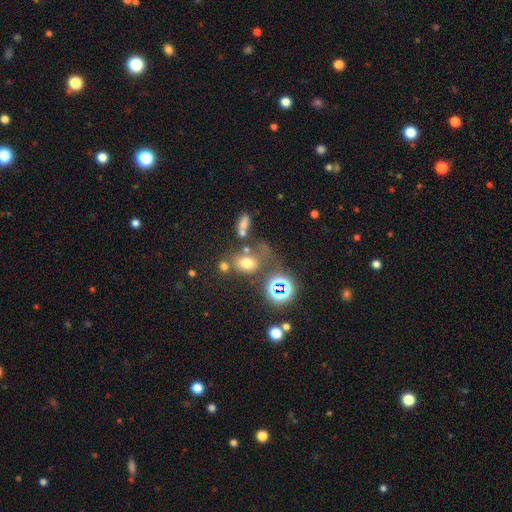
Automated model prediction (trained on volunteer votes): smooth_or_featured: star or artifact (p=0.47) [alt: smooth p=0.34]